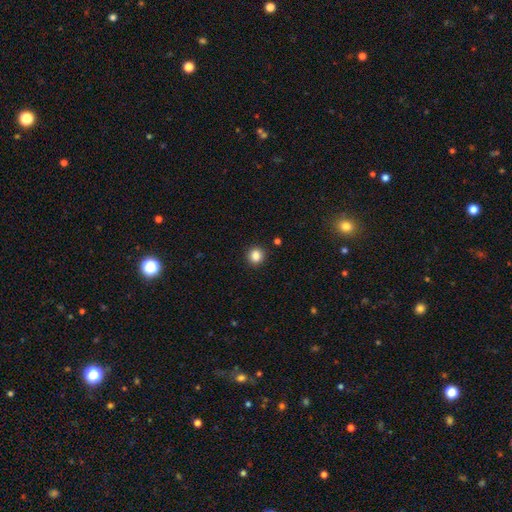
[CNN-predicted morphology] This appears to be a smooth galaxy with no disk features (85%) that is round (93%). Merging: none (92%).